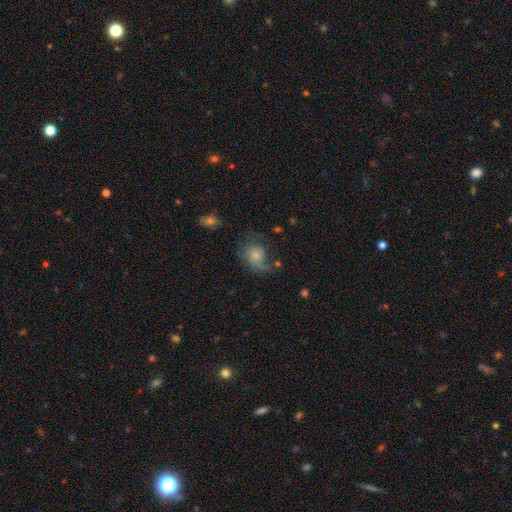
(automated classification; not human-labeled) Smooth or featured? Predicted: smooth (p=0.46). Merging? Predicted: none (p=0.39).